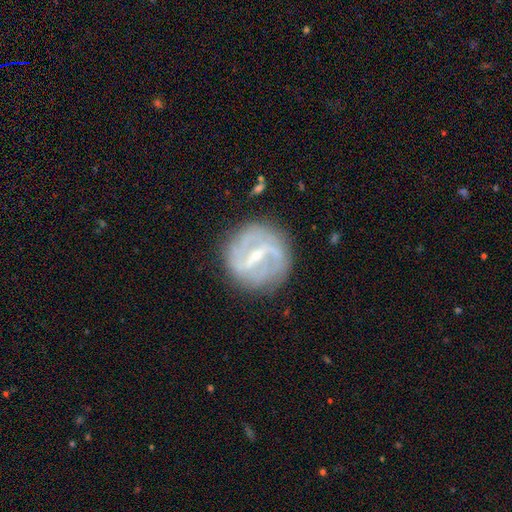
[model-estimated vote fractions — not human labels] smooth-or-featured: featured or disk: 80% | smooth: 13% | star or artifact: 6%
  disk-edge-on: no: 96% | yes: 4%
    bar: strong: 52% | weak: 39% | no: 9%
    has-spiral-arms: yes: 83% | no: 17%
      spiral-winding: medium: 39% | tight: 32% | loose: 29%
      spiral-arm-count: 2: 64% | can't tell: 21% | 3: 7% | 1: 4% | 4: 3% | more than 4: 2%
    bulge-size: small: 62% | moderate: 28% | none: 7% | large: 2% | dominant: 1%
  merging: none: 79% | minor disturbance: 13% | major disturbance: 6% | merger: 2%